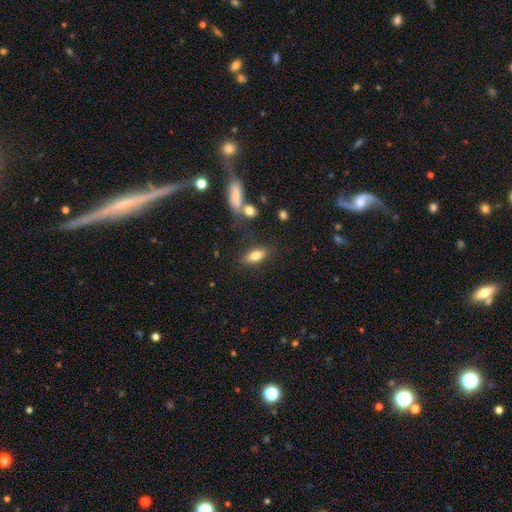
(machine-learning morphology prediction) smooth-or-featured: smooth: 75% | featured or disk: 17% | star or artifact: 8%
  how-rounded: in between: 74% | cigar-shaped: 22% | round: 4%
  merging: none: 79% | minor disturbance: 12% | merger: 5% | major disturbance: 4%